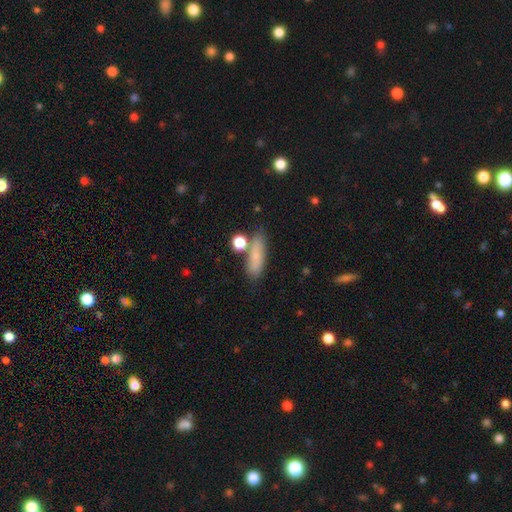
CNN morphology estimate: This is likely a smooth galaxy (75%). How rounded: possibly cigar-shaped (53%). Merging: likely none (67%).